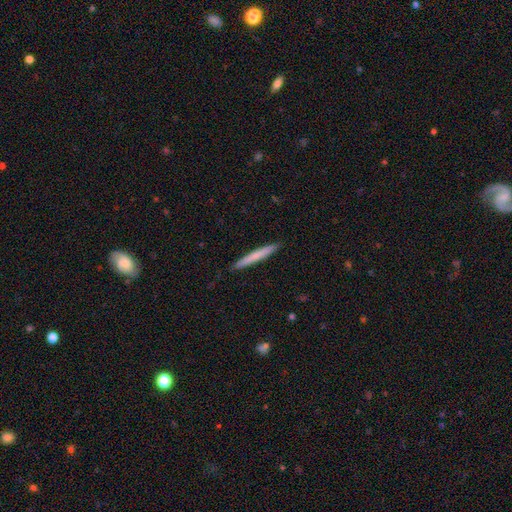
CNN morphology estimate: A smooth galaxy with no disk features (67%) that is cigar-shaped (97%).

Vote fractions:
- Smooth or featured? smooth: 67% / featured or disk: 28% / star or artifact: 5%
- How rounded? cigar-shaped: 97% / in between: 2% / round: 1%
- Merging? none: 91% / minor disturbance: 6% / major disturbance: 1% / merger: 1%